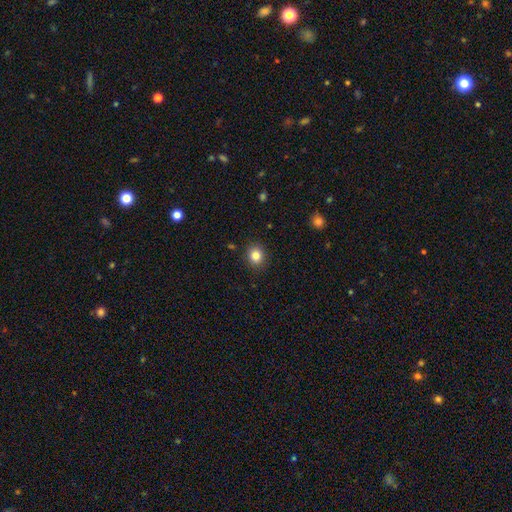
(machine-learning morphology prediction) Smooth or featured: smooth — 84% (star or artifact — 11%)
How rounded: round — 72% (in between — 27%)
Merging: none — 90% (minor disturbance — 7%)